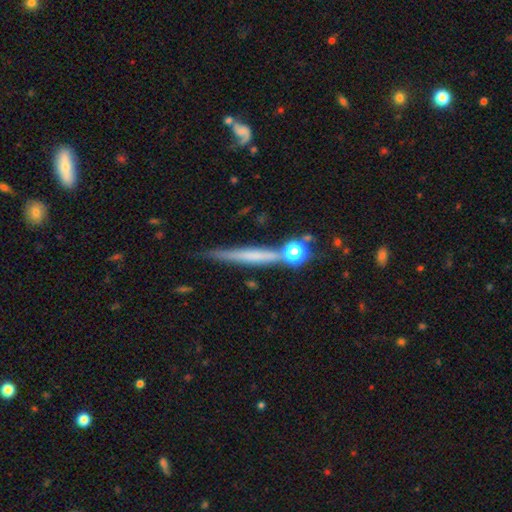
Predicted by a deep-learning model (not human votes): Smooth or featured? Predicted: featured or disk (p=0.46). Merging? Predicted: none (p=0.72).